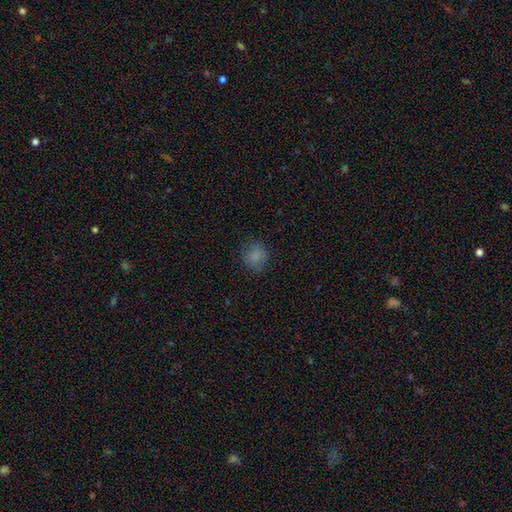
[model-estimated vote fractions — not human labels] This is clearly a smooth galaxy (80%). How rounded: likely round (77%). Merging: clearly none (81%).